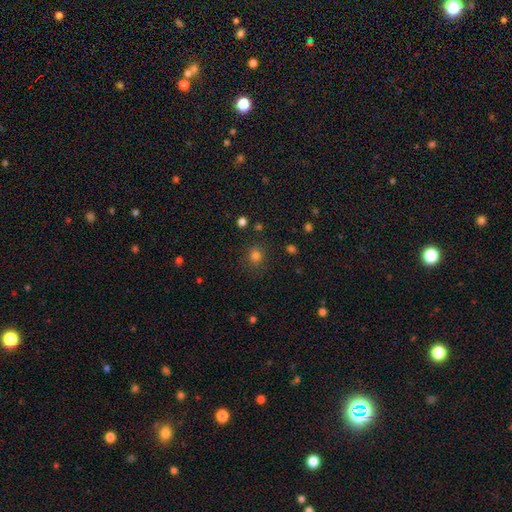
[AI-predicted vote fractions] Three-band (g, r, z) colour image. It shows a smooth galaxy with no disk features (80%) that is round (85%). Merging: none (86%).